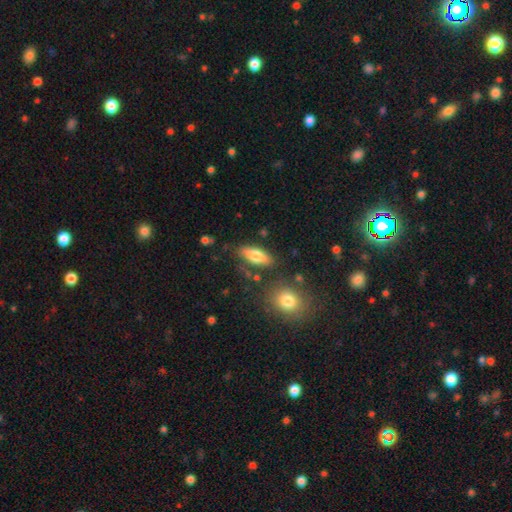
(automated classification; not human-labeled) A smooth galaxy with no disk features (75%) that is in between round and cigar-shaped (77%).

Vote fractions:
- Smooth or featured? smooth: 75% / featured or disk: 18% / star or artifact: 7%
- How rounded? in between: 77% / cigar-shaped: 20% / round: 3%
- Merging? none: 77% / minor disturbance: 14% / merger: 5% / major disturbance: 4%